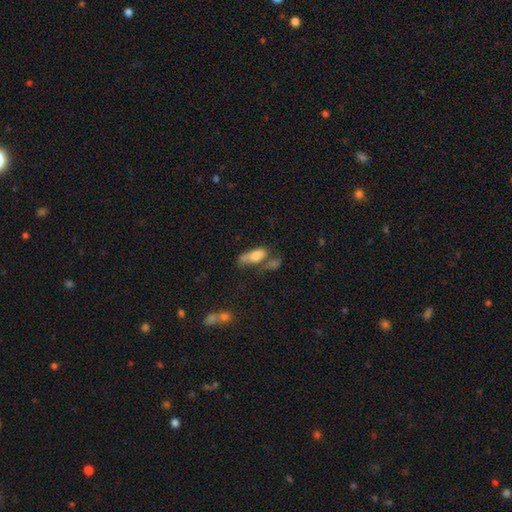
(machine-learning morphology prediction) The model was most divided on "merging": merger: 32%, none: 27%, major disturbance: 21%, minor disturbance: 20%. More confident: how rounded — in between (76%); smooth or featured — smooth (71%).